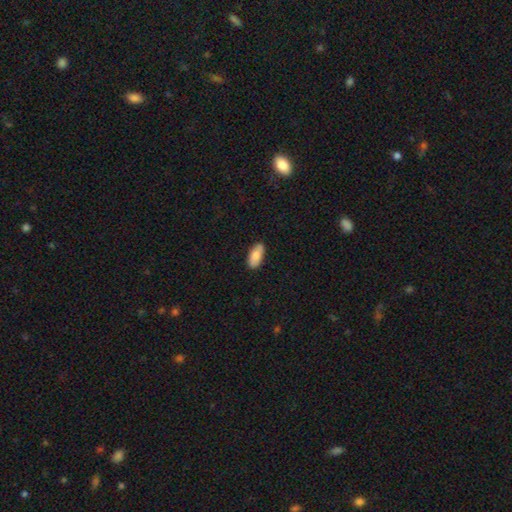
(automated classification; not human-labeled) smooth_or_featured: smooth (p=0.81) [alt: featured or disk p=0.13]
how_rounded: in between (p=0.90) [alt: cigar-shaped p=0.08]
merging: none (p=0.83) [alt: minor disturbance p=0.13]